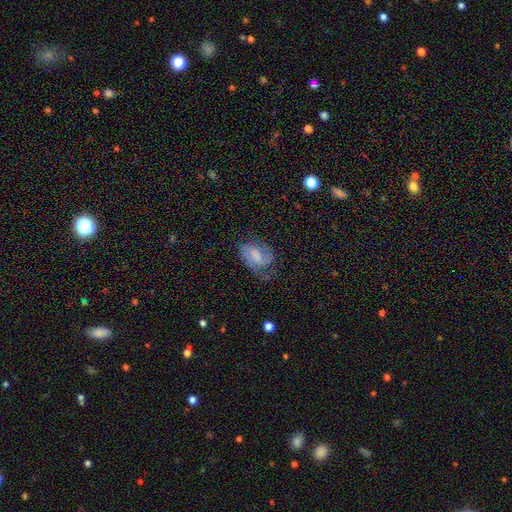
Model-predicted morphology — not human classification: Smooth or featured? Predicted: featured or disk (p=0.67). Edge-on disk? Predicted: no (p=0.97). Bar? Predicted: weak (p=0.47). Spiral arms? Predicted: yes (p=0.88). Spiral winding? Predicted: medium (p=0.46). Spiral arm count? Predicted: 2 (p=0.56). Bulge size? Predicted: none (p=0.35). Merging? Predicted: none (p=0.46).